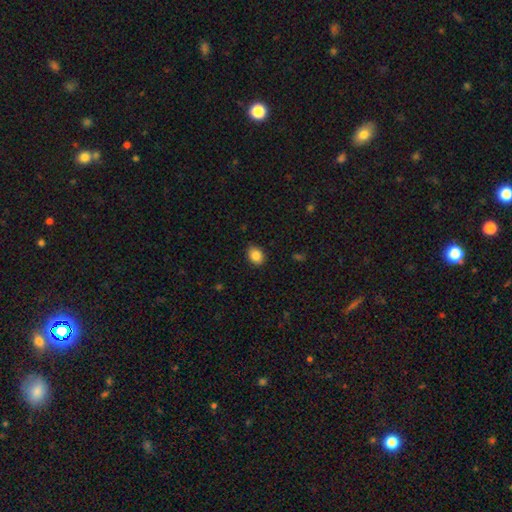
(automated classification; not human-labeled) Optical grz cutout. It shows a smooth galaxy with no disk features (86%) that is in between round and cigar-shaped (53%). Merging: none (87%).